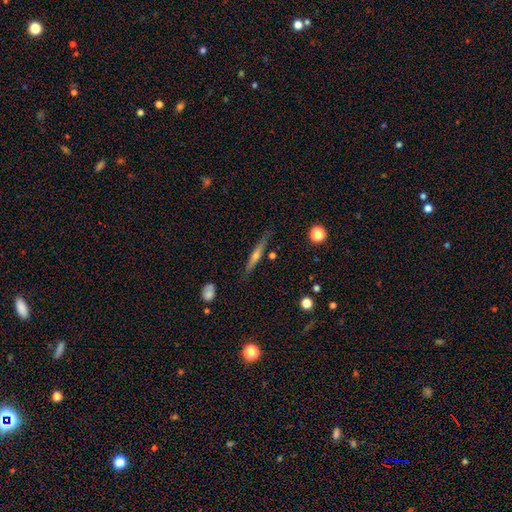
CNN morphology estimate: Overall: featured or disk (67%). Edge-on disk: yes (96%). Edge-on bulge: rounded (82%). Merging: none (85%).